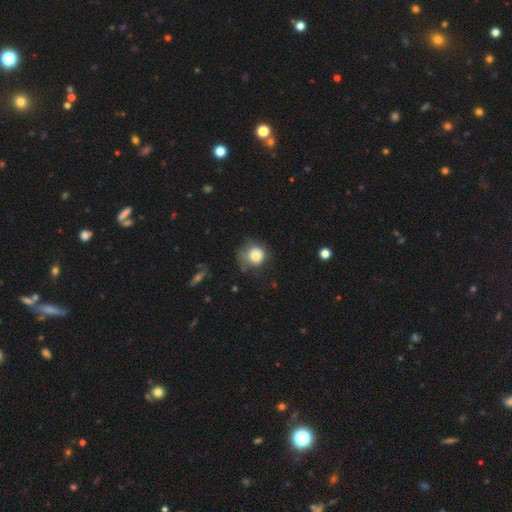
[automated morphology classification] The model was most divided on "merging": none: 49%, minor disturbance: 32%, major disturbance: 16%, merger: 3%. More confident: how rounded — round (84%); smooth or featured — smooth (82%).